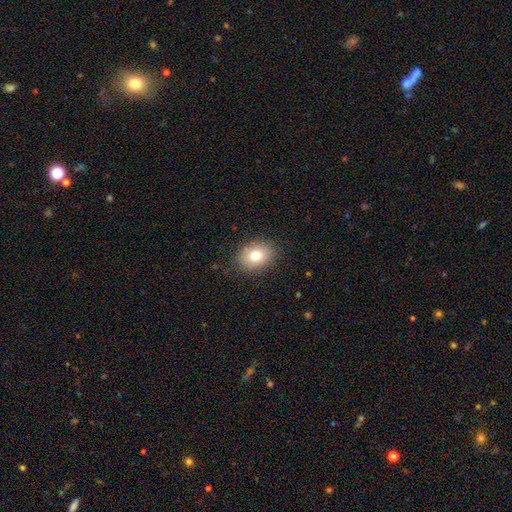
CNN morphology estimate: Overall: smooth (76%). How rounded: in between (64%; round 35%). Merging: none (85%).